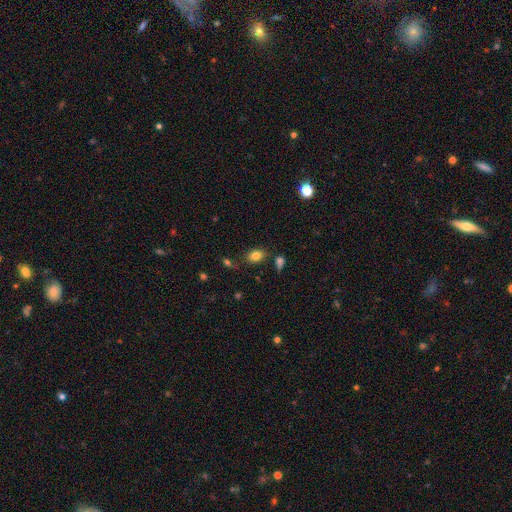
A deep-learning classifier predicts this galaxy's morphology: smooth 82%, star or artifact 10%, featured or disk 8%. Down the decision tree: how rounded — in between (78%); merging — none (76%).